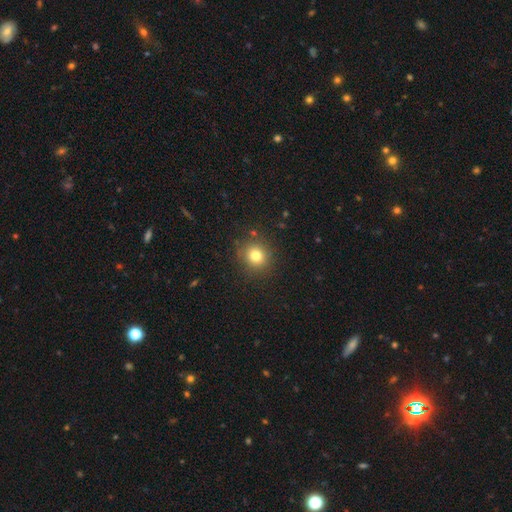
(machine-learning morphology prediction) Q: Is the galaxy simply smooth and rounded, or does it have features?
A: smooth — 78%.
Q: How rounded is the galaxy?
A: round — 87%.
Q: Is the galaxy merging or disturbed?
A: none — 87%.